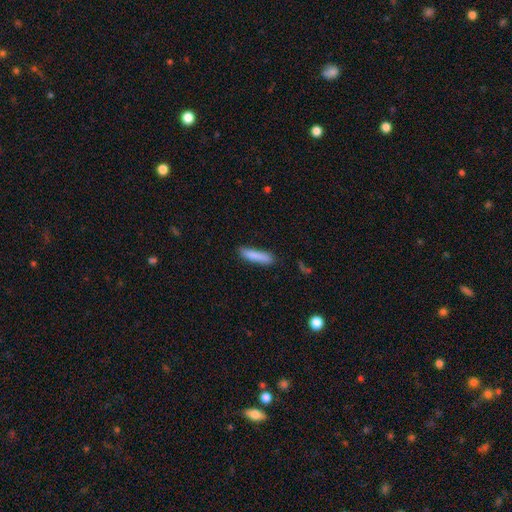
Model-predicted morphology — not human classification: Smooth or featured?
  - smooth: 86% *
  - featured or disk: 8%
  - star or artifact: 6%
How rounded?
  - cigar-shaped: 83% *
  - in between: 16%
  - round: 1%
Merging?
  - none: 82% *
  - minor disturbance: 14%
  - major disturbance: 3%
  - merger: 2%